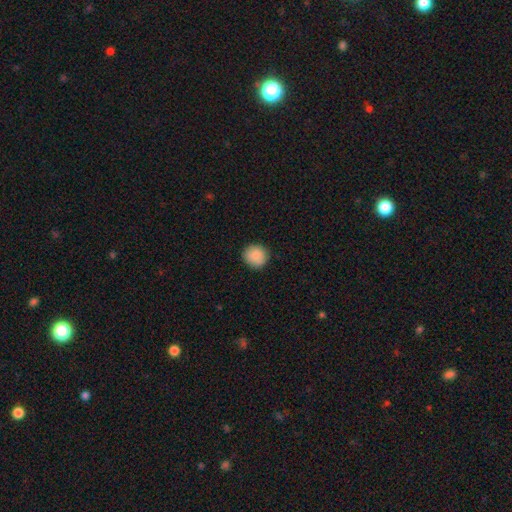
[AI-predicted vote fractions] A smooth galaxy with no disk features (88%) that is round (90%). Merging: none (89%).